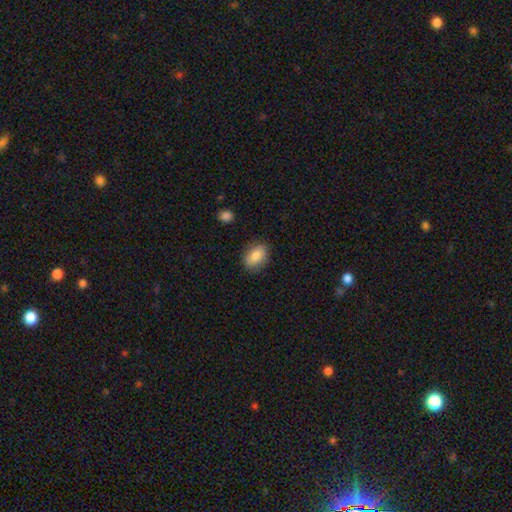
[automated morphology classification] Smooth or featured?
  - smooth: 81% *
  - featured or disk: 12%
  - star or artifact: 7%
How rounded?
  - in between: 80% *
  - round: 18%
  - cigar-shaped: 2%
Merging?
  - none: 84% *
  - minor disturbance: 12%
  - major disturbance: 3%
  - merger: 1%